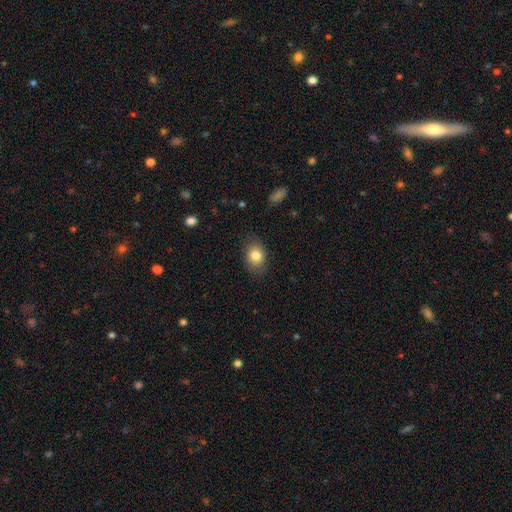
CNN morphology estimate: A smooth galaxy with no disk features (81%) that is in between round and cigar-shaped (68%). Merging: none (82%).